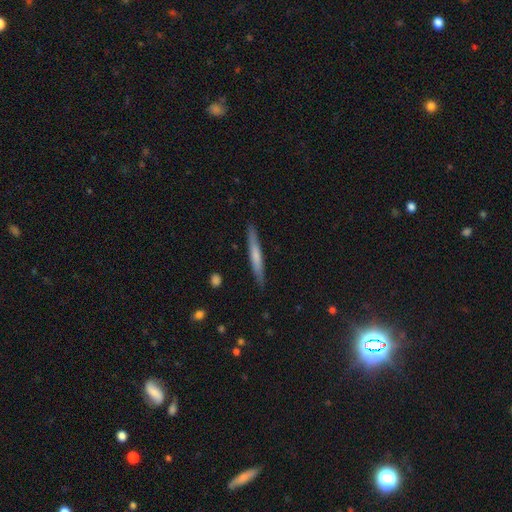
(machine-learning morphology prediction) A smooth galaxy with no disk features (56%) that is cigar-shaped (96%). Merging: none (89%).